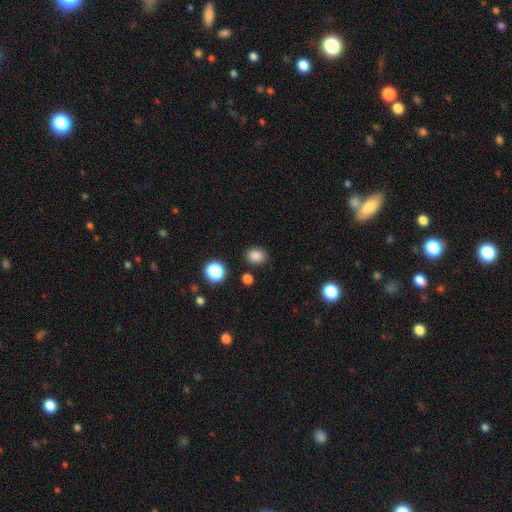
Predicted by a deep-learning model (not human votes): This is clearly a smooth galaxy (83%). How rounded: possibly round (58%). Merging: clearly none (85%).